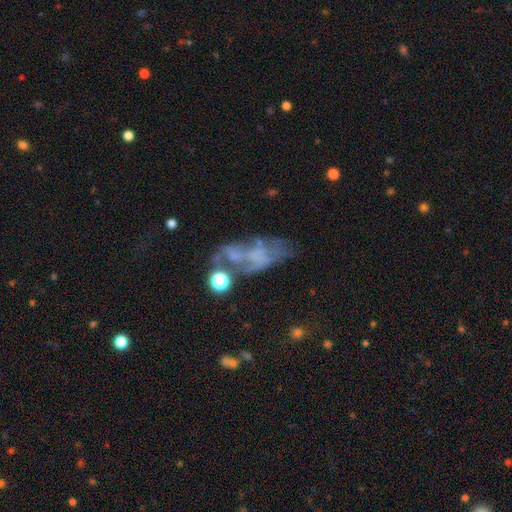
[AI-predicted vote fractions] Smooth or featured?
  - featured or disk: 54% *
  - smooth: 27%
  - star or artifact: 19%
Edge-on disk?
  - no: 91% *
  - yes: 9%
Merging?
  - major disturbance: 33% *
  - none: 32%
  - minor disturbance: 19%
  - merger: 16%